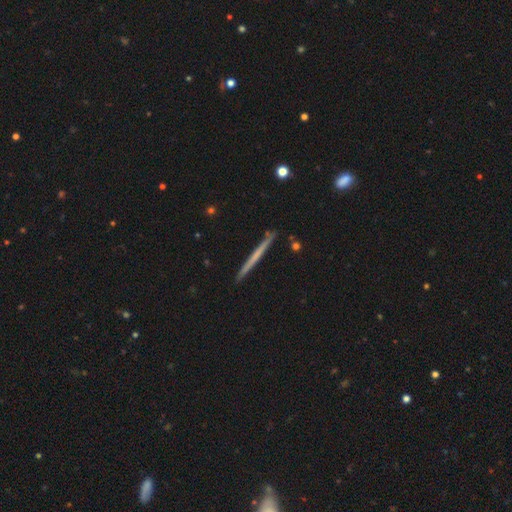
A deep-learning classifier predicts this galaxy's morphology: Overall: featured or disk (50%; smooth 44%). Edge-on disk: yes (98%). Merging: none (91%).